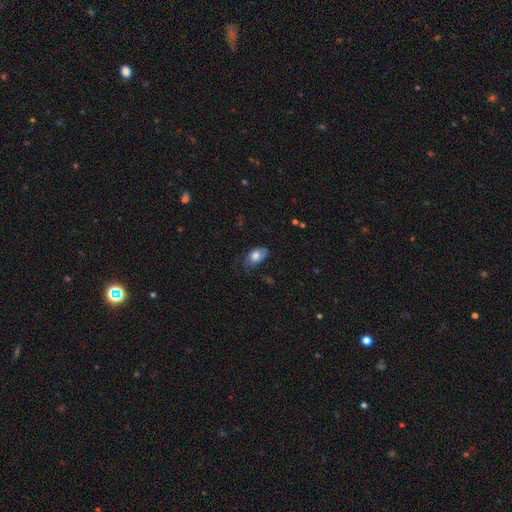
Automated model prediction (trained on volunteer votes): This is likely a smooth galaxy (69%). How rounded: clearly in between (90%). Merging: possibly none (51%).